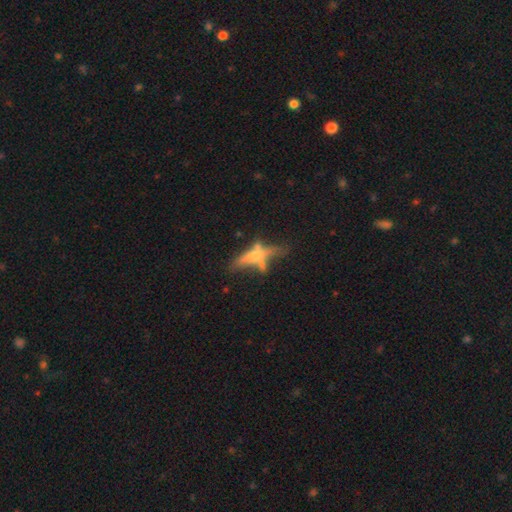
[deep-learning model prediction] Smooth or featured? featured or disk (51%)
Edge-on disk? yes (69%)
Merging? none (40%)